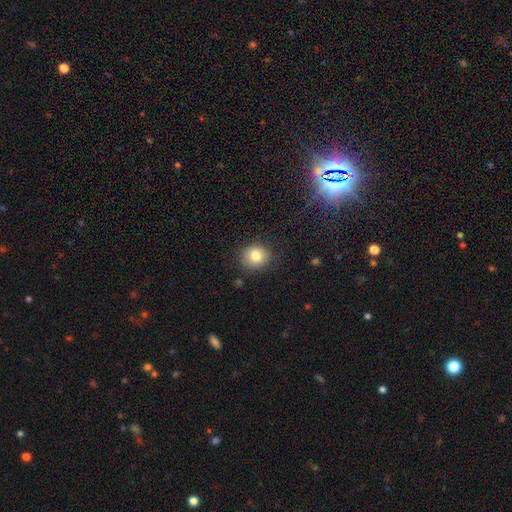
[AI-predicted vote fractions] A smooth galaxy with no disk features (81%) that is round (78%). Merging: none (83%).